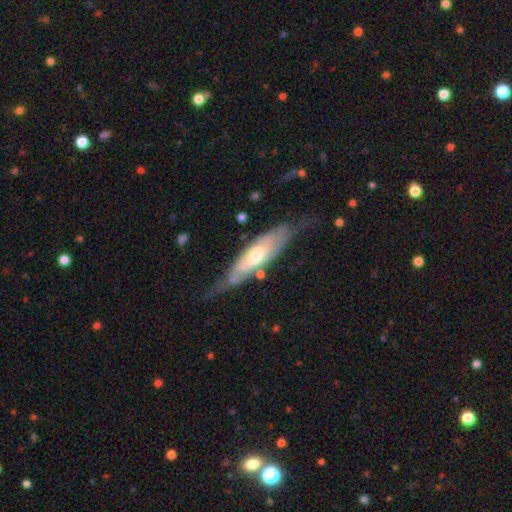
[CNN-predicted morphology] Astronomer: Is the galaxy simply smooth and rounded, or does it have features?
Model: featured or disk — 63%.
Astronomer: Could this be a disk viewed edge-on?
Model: no — 56% (runner-up: yes, 44%).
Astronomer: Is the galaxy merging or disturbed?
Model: none — 55%.